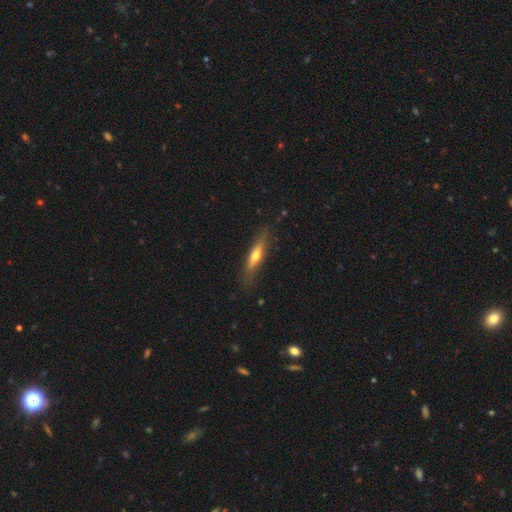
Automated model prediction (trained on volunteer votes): Morphology: type=featured or disk (49%); merging=none (80%).